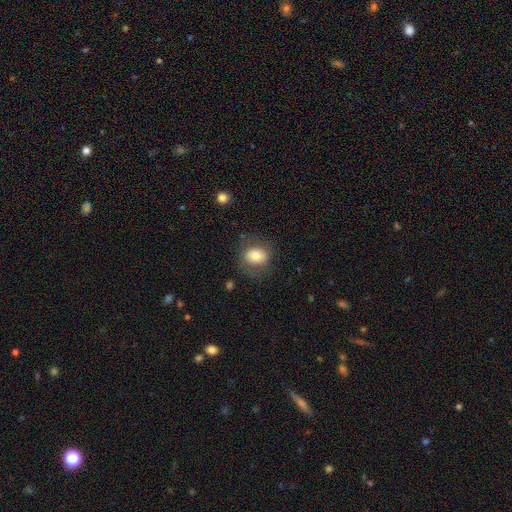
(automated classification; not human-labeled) Smooth or featured?
  - smooth: 71% *
  - featured or disk: 20%
  - star or artifact: 9%
How rounded?
  - round: 61% *
  - in between: 38%
  - cigar-shaped: 1%
Merging?
  - none: 73% *
  - minor disturbance: 16%
  - major disturbance: 10%
  - merger: 1%